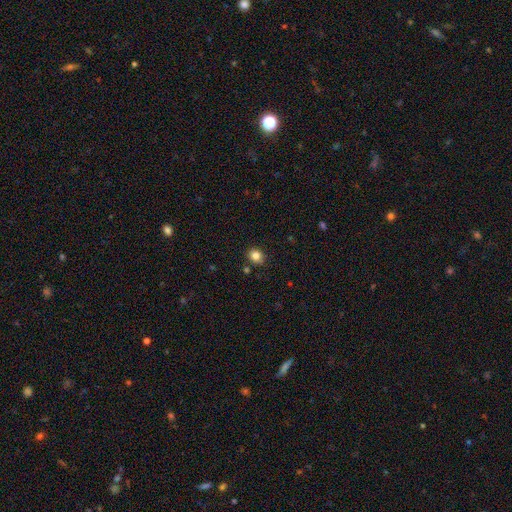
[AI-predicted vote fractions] This is clearly a smooth galaxy (83%). How rounded: likely round (70%). Merging: clearly none (86%).